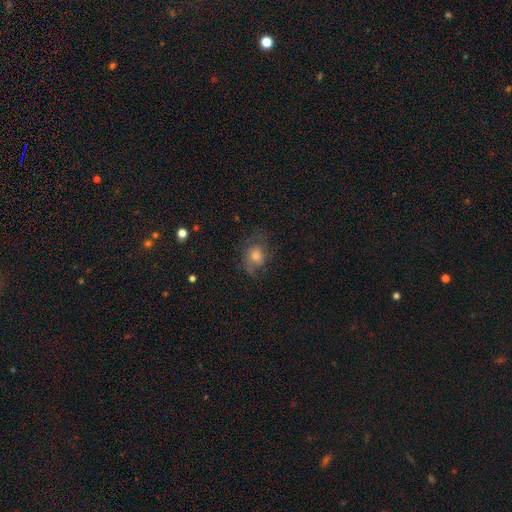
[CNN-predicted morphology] smooth-or-featured: featured or disk: 45% | smooth: 40% | star or artifact: 16%
  merging: none: 60% | minor disturbance: 21% | major disturbance: 17% | merger: 2%